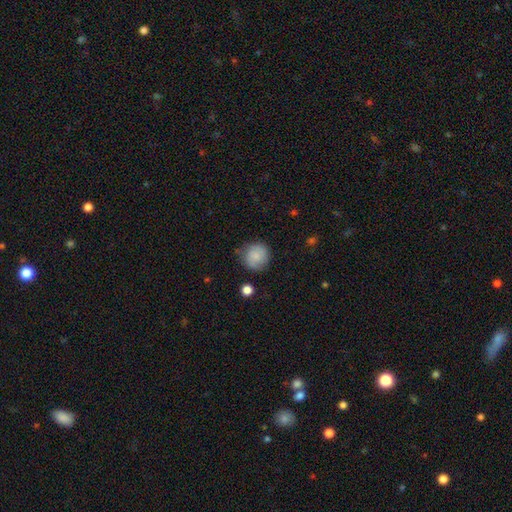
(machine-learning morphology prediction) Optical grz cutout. It shows a smooth galaxy with no disk features (80%) that is round (90%). Merging: none (75%).